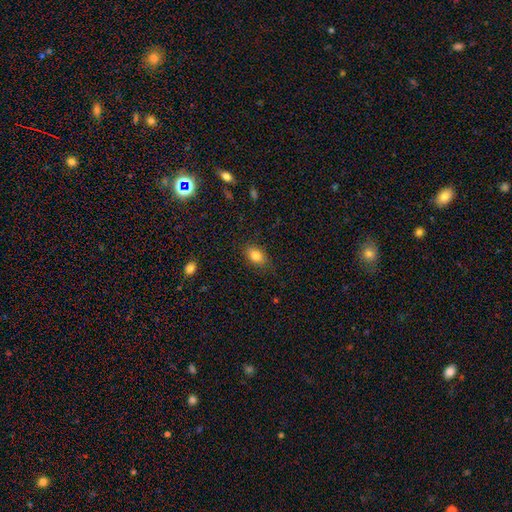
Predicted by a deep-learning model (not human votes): A smooth galaxy with no disk features (82%) that is in between round and cigar-shaped (84%). Merging: none (82%).